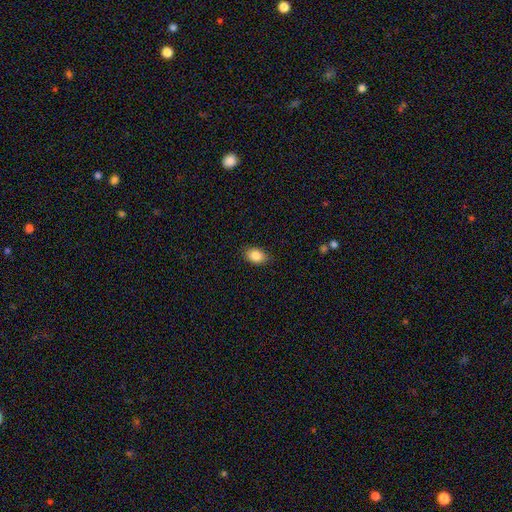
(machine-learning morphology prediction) smooth_or_featured: smooth (p=0.87) [alt: star or artifact p=0.08]
how_rounded: in between (p=0.83) [alt: round p=0.16]
merging: none (p=0.85) [alt: minor disturbance p=0.12]